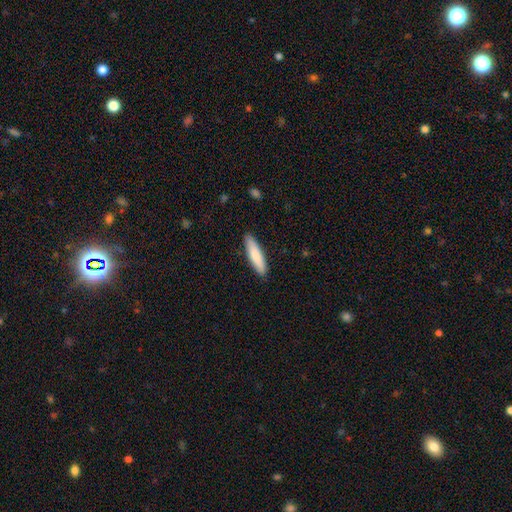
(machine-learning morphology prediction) This is clearly a smooth galaxy (83%). How rounded: likely cigar-shaped (77%). Merging: clearly none (90%).